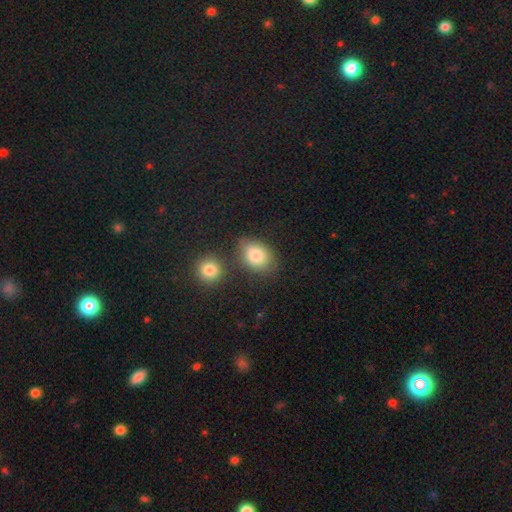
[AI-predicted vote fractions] Morphology: type=smooth (82%); roundness=in between (70%); merging=none (62%).